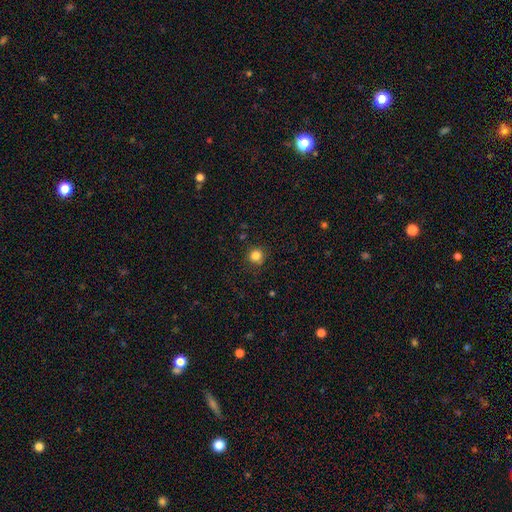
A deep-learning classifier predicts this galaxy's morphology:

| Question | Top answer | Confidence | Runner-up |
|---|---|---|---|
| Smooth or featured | smooth | 83% | star or artifact (13%) |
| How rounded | round | 93% | in between (6%) |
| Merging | none | 88% | minor disturbance (8%) |